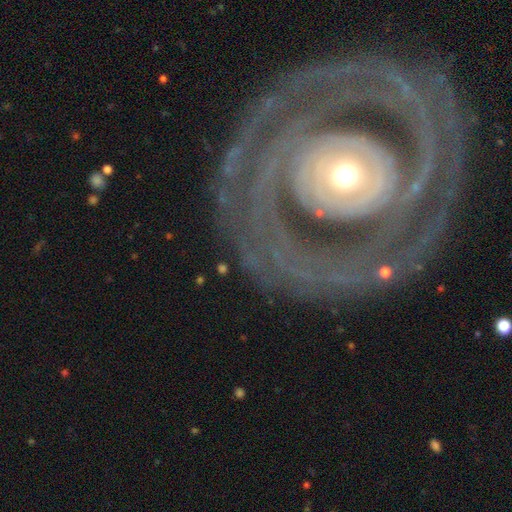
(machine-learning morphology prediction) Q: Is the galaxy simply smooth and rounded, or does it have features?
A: featured or disk — 85%.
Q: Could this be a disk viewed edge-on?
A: no — 96%.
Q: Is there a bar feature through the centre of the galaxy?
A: no — 70%.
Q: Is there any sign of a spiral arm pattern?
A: yes — 81%.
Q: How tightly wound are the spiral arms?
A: tight — 80%.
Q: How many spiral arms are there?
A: can't tell — 31%.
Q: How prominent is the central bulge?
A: moderate — 58%.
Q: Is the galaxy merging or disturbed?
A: none — 78%.